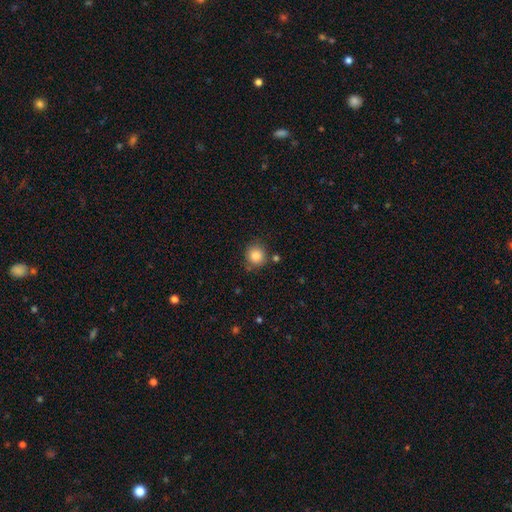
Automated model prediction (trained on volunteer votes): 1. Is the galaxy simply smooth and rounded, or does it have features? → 85% smooth, 10% star or artifact, 5% featured or disk.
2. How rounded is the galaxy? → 90% round, 9% in between, 1% cigar-shaped.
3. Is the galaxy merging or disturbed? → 81% none, 11% minor disturbance, 5% merger, 3% major disturbance.